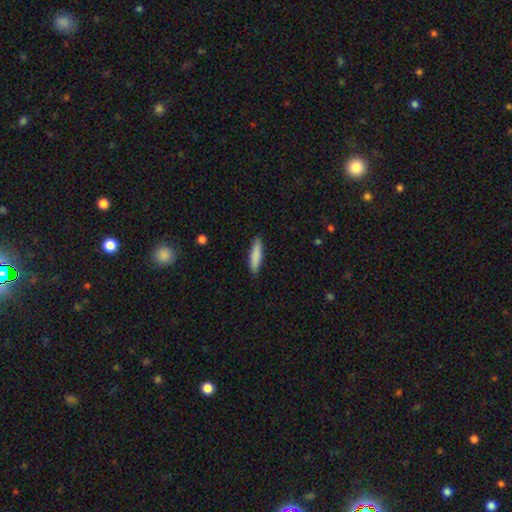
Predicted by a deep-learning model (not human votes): The model was most divided on "how rounded": cigar-shaped: 77%, in between: 22%, round: 1%. More confident: merging — none (88%); smooth or featured — smooth (86%).